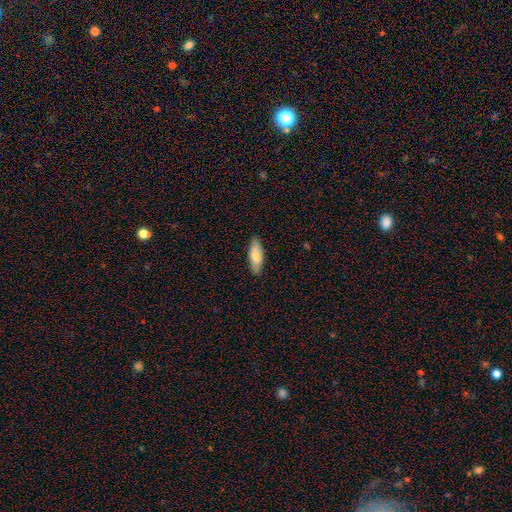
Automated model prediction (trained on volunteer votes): smooth 75%, featured or disk 19%, star or artifact 6%. Down the decision tree: how rounded — in between (72%); merging — none (87%).